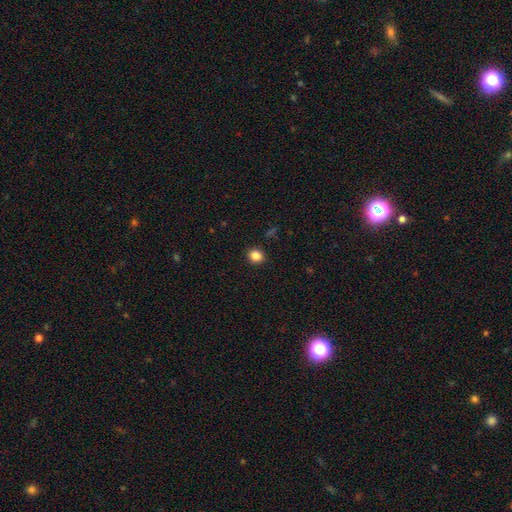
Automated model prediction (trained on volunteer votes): This is clearly a smooth galaxy (85%). How rounded: likely round (75%). Merging: clearly none (91%).